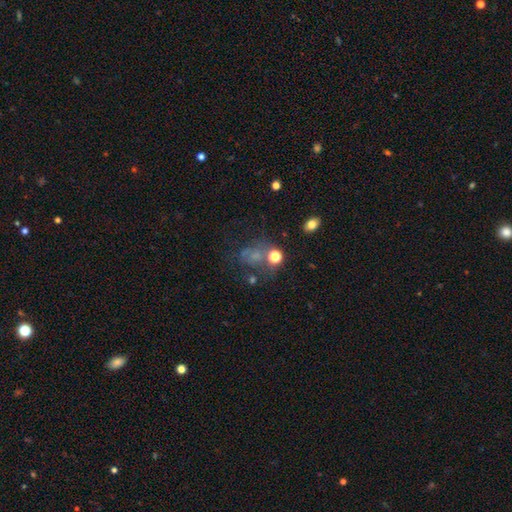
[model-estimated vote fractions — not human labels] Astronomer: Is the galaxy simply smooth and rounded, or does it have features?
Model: smooth — 41% (runner-up: star or artifact, 36%).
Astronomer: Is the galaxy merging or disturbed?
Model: none — 49%.